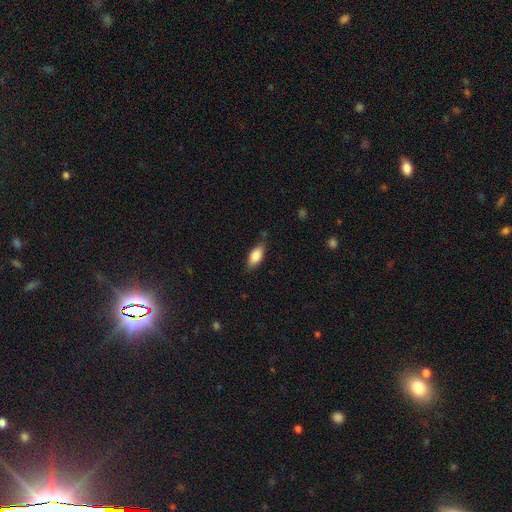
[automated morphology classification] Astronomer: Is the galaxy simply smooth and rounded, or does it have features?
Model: smooth — 81%.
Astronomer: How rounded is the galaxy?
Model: in between — 85%.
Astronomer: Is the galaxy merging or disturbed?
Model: none — 79%.